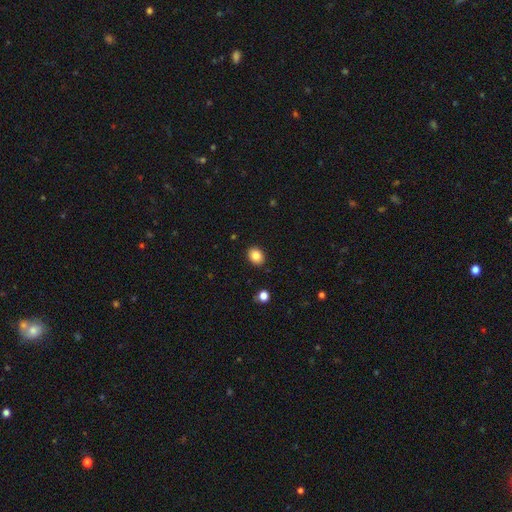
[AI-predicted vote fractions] smooth-or-featured: smooth: 85% | star or artifact: 9% | featured or disk: 6%
  how-rounded: in between: 53% | round: 46% | cigar-shaped: 1%
  merging: none: 90% | minor disturbance: 7% | major disturbance: 2% | merger: 1%